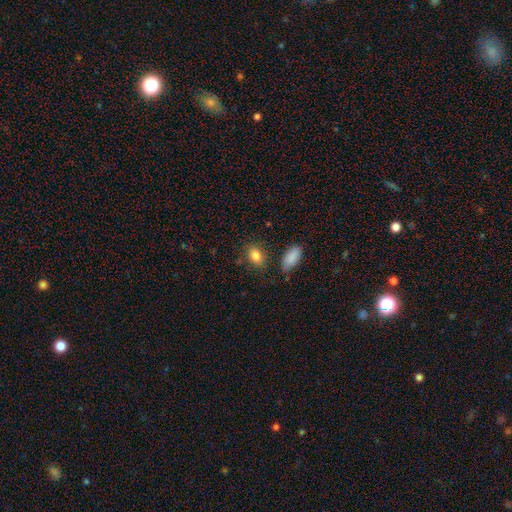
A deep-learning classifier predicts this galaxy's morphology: This appears to be a smooth galaxy with no disk features (85%) that is in between round and cigar-shaped (76%). Merging: none (79%).